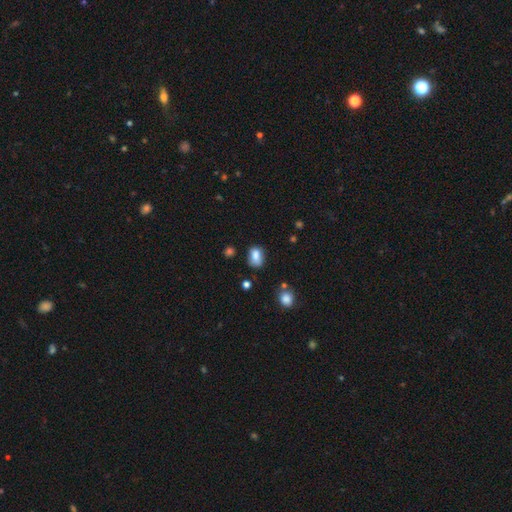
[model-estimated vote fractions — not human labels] The model was most divided on "merging": none: 56%, minor disturbance: 28%, major disturbance: 8%, merger: 8%. More confident: smooth or featured — smooth (80%); how rounded — in between (73%).